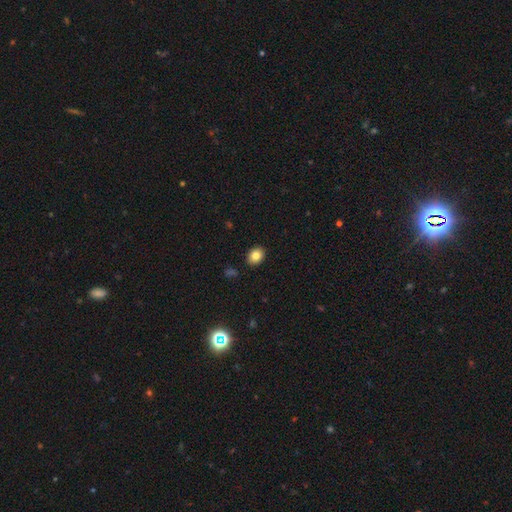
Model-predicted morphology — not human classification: Smooth or featured? Predicted: smooth (p=0.83). How rounded? Predicted: in between (p=0.55). Merging? Predicted: none (p=0.90).